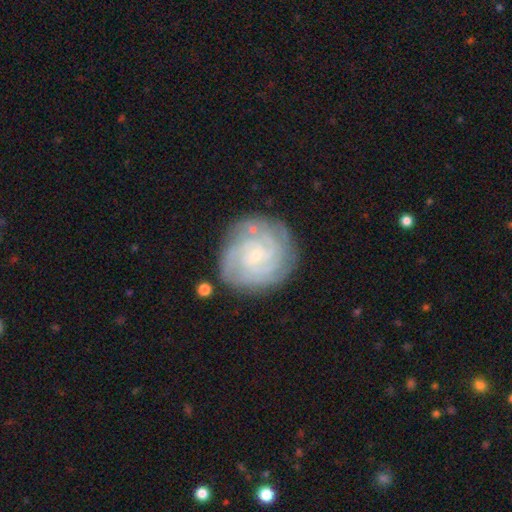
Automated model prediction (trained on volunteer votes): smooth-or-featured: featured or disk: 85% | smooth: 9% | star or artifact: 6%
  disk-edge-on: no: 98% | yes: 2%
    bar: no: 68% | weak: 26% | strong: 6%
    has-spiral-arms: yes: 97% | no: 3%
      spiral-winding: tight: 81% | medium: 16% | loose: 3%
      spiral-arm-count: 4: 27% | 3: 23% | can't tell: 22% | 2: 13% | more than 4: 8% | 1: 6%
    bulge-size: small: 85% | moderate: 11% | none: 2% | large: 1% | dominant: 1%
  merging: none: 80% | minor disturbance: 14% | major disturbance: 4% | merger: 2%